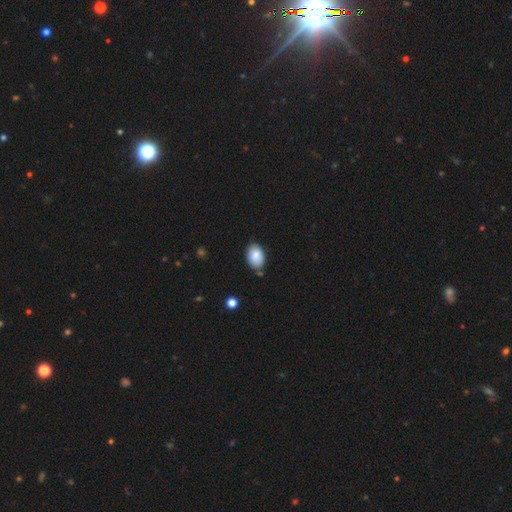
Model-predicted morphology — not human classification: Smooth or featured? smooth (85%)
How rounded? in between (89%)
Merging? none (76%)